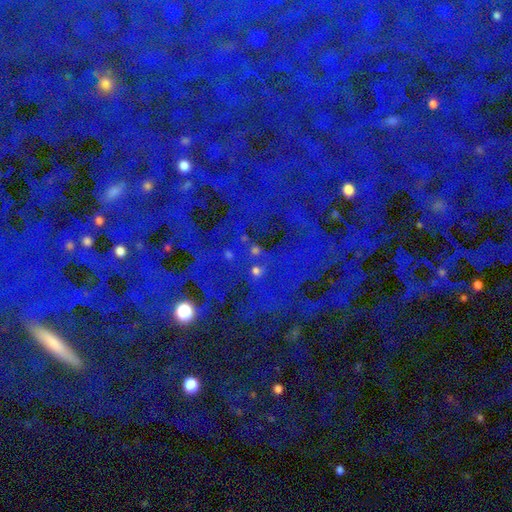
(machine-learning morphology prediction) smooth-or-featured: star or artifact: 83% | smooth: 9% | featured or disk: 8%